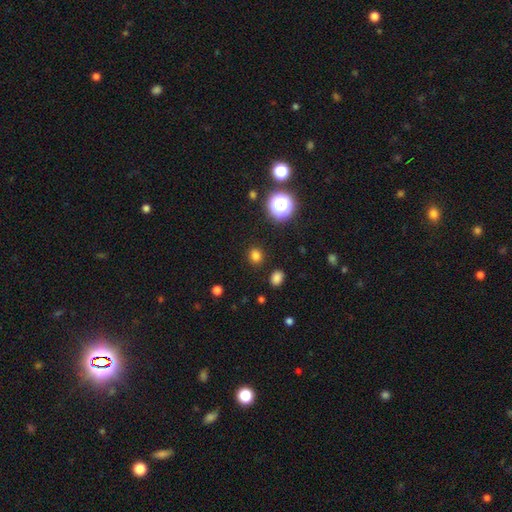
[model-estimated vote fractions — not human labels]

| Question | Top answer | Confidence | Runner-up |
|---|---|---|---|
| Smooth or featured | smooth | 78% | star or artifact (17%) |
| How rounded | round | 72% | in between (27%) |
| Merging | none | 87% | minor disturbance (8%) |